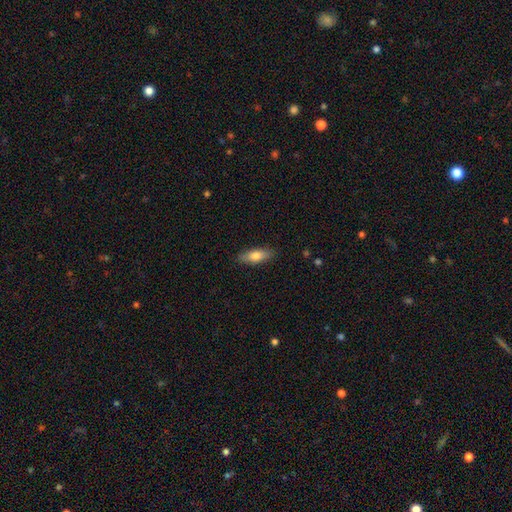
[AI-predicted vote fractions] smooth-or-featured: smooth: 74% | featured or disk: 20% | star or artifact: 6%
  how-rounded: in between: 65% | cigar-shaped: 33% | round: 2%
  merging: none: 86% | minor disturbance: 10% | major disturbance: 2% | merger: 1%